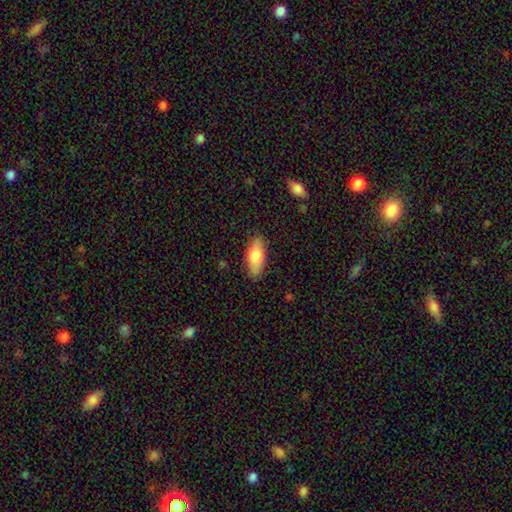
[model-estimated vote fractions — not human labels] Smooth or featured: smooth — 76% (featured or disk — 18%)
How rounded: in between — 79% (cigar-shaped — 18%)
Merging: none — 84% (minor disturbance — 12%)